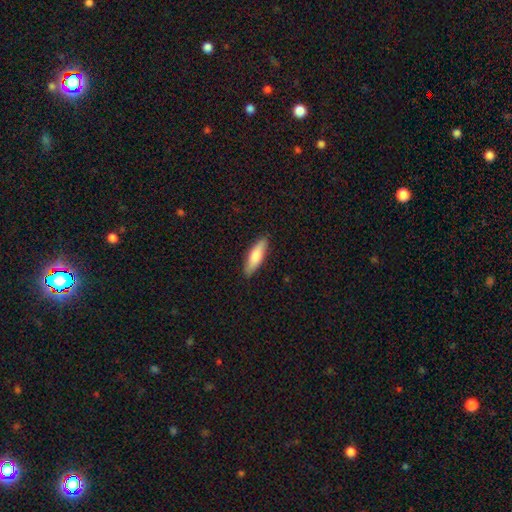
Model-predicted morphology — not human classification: This appears to be a smooth galaxy with no disk features (76%) that is cigar-shaped (58%). Merging: none (88%).